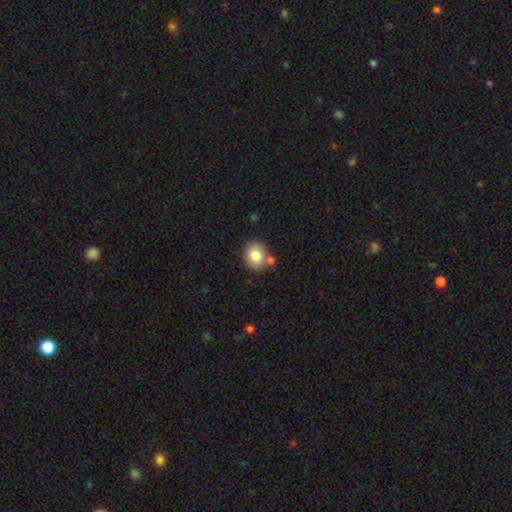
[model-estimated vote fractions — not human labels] Morphology: type=smooth (82%); roundness=round (62%); merging=none (70%).